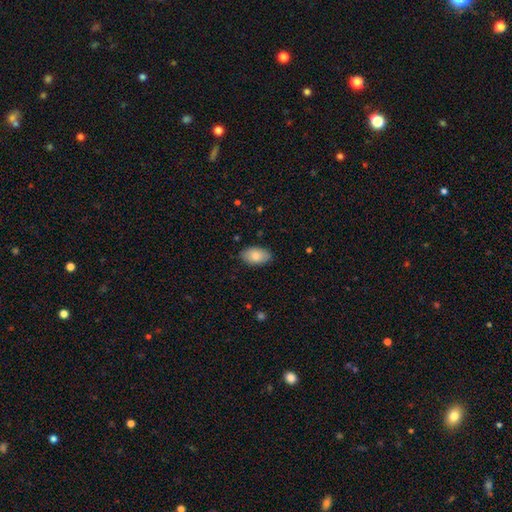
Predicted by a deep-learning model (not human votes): The model was most divided on "smooth or featured": smooth: 81%, featured or disk: 13%, star or artifact: 6%. More confident: how rounded — in between (93%); merging — none (84%).